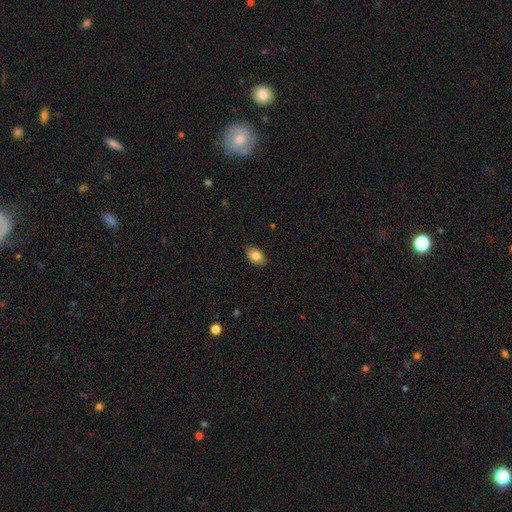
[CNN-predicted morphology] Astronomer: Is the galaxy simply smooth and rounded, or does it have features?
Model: smooth — 82%.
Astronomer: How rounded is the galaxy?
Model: in between — 84%.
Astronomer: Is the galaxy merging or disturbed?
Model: none — 87%.